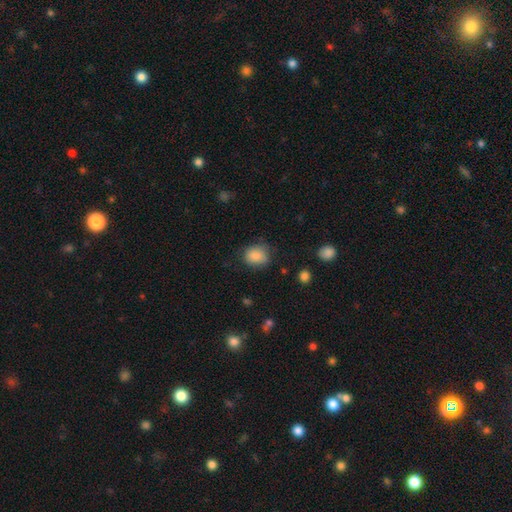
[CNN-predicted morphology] smooth-or-featured: smooth: 86% | star or artifact: 9% | featured or disk: 6%
  how-rounded: round: 57% | in between: 42% | cigar-shaped: 1%
  merging: none: 70% | minor disturbance: 23% | major disturbance: 6% | merger: 1%